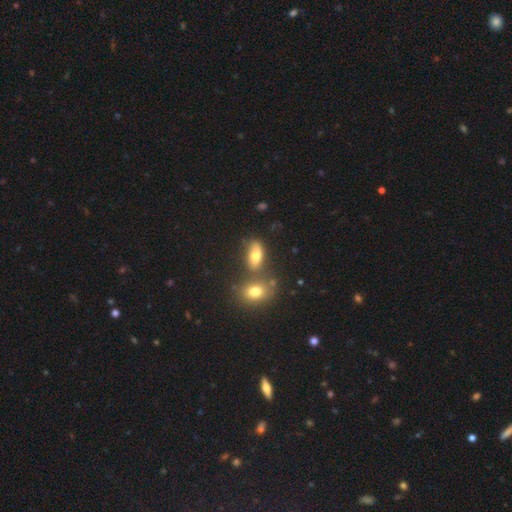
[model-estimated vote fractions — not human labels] Smooth or featured? smooth (72%)
How rounded? in between (82%)
Merging? none (56%)